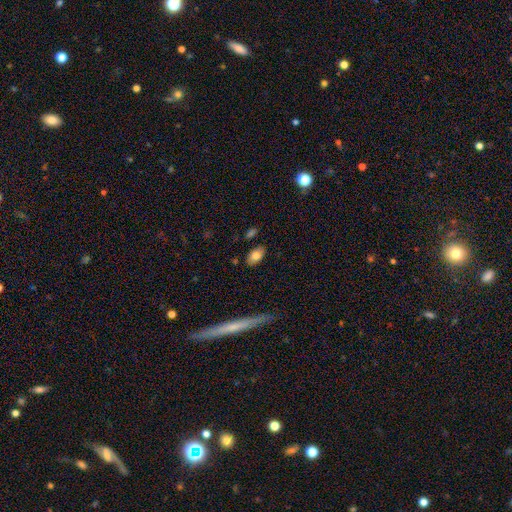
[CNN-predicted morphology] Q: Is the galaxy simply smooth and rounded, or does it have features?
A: smooth — 80%.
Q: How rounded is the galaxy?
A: in between — 91%.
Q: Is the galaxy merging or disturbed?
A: none — 83%.